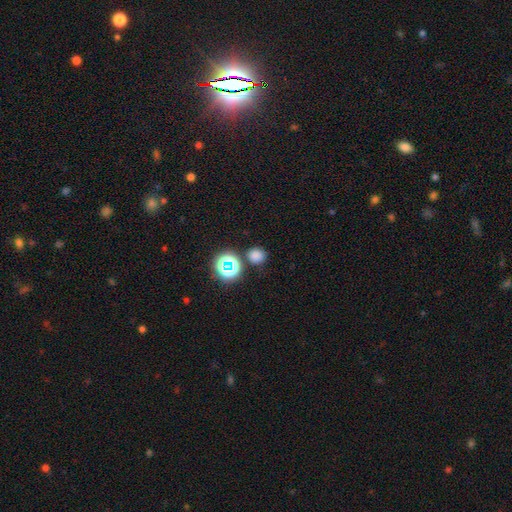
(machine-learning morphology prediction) This is likely a smooth galaxy (73%). How rounded: clearly round (87%). Merging: clearly none (82%).